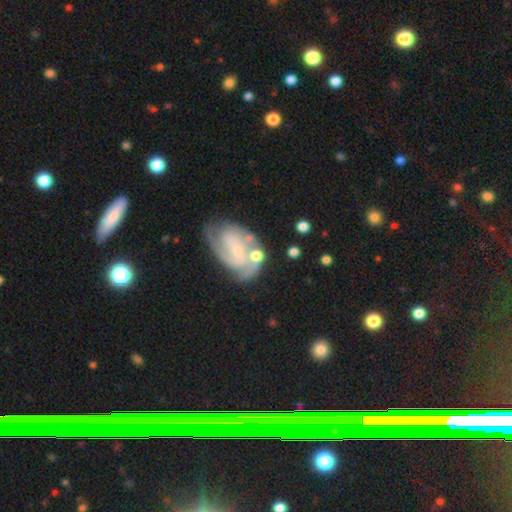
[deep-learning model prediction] A star or artifact, not a galaxy (77%).